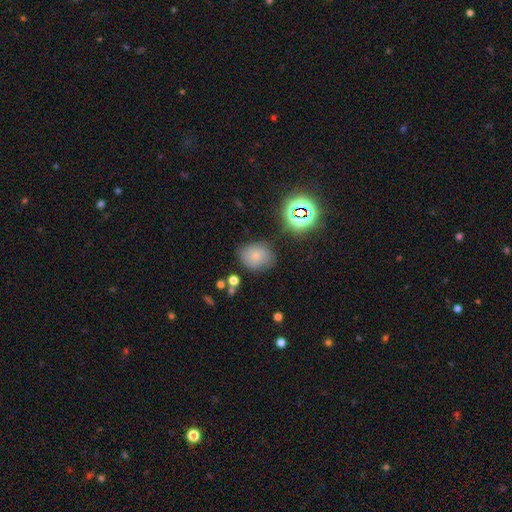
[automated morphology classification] Smooth or featured? Predicted: smooth (p=0.67). How rounded? Predicted: round (p=0.52). Merging? Predicted: none (p=0.69).